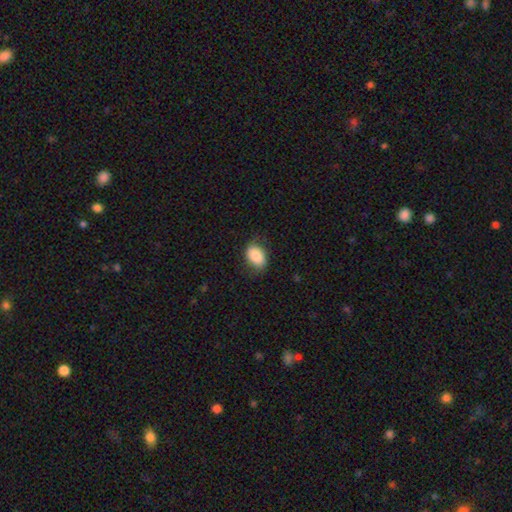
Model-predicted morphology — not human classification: A smooth galaxy with no disk features (84%) that is in between round and cigar-shaped (84%).

Vote fractions:
- Smooth or featured? smooth: 84% / featured or disk: 9% / star or artifact: 7%
- How rounded? in between: 84% / round: 15% / cigar-shaped: 1%
- Merging? none: 74% / minor disturbance: 20% / major disturbance: 5% / merger: 1%